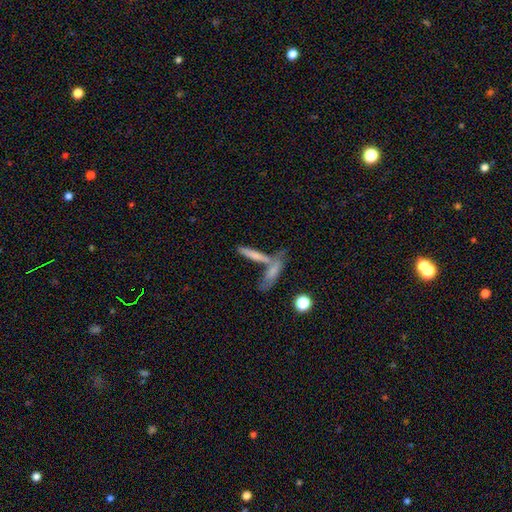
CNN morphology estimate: A smooth galaxy with no disk features (54%) that is cigar-shaped (76%).

Vote fractions:
- Smooth or featured? smooth: 54% / featured or disk: 35% / star or artifact: 12%
- How rounded? cigar-shaped: 76% / in between: 20% / round: 4%
- Merging? none: 43% / merger: 42% / minor disturbance: 9% / major disturbance: 5%